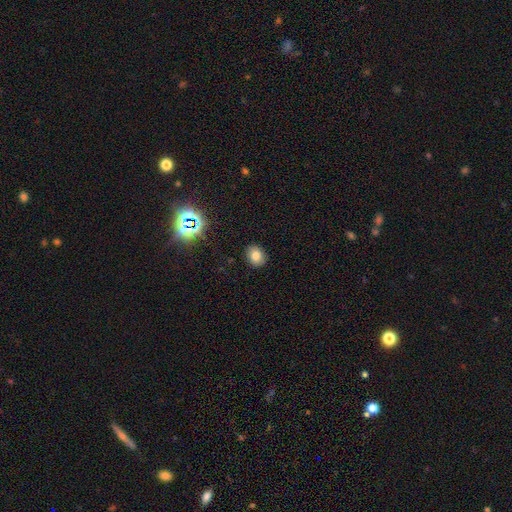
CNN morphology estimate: Q: Smooth or featured?
A: smooth (77%); runner-up: star or artifact (15%)
Q: How rounded?
A: round (55%); runner-up: in between (44%)
Q: Merging?
A: none (88%); runner-up: minor disturbance (9%)